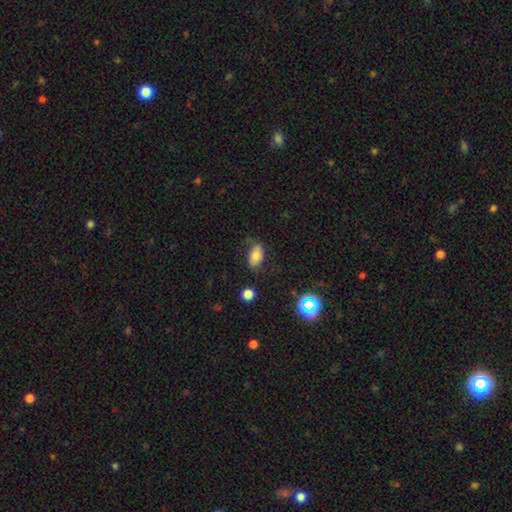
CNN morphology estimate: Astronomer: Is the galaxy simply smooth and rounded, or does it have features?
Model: smooth — 71%.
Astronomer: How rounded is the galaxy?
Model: in between — 90%.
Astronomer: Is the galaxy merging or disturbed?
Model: none — 64%.